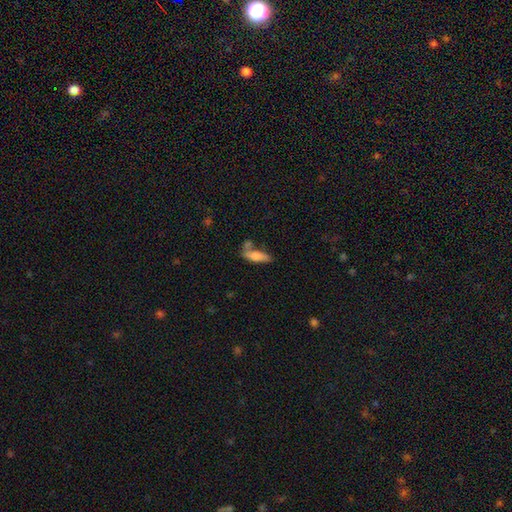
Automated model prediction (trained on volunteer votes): This appears to be a smooth galaxy with no disk features (70%) that is in between round and cigar-shaped (53%). Merging: none (51%).